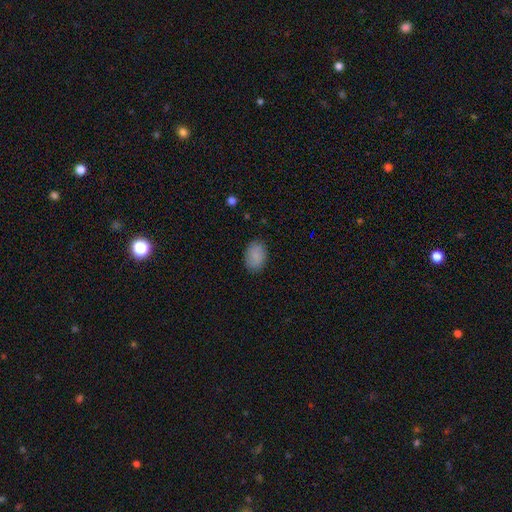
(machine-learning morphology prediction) type=smooth (86%); roundness=in between (83%); merging=none (85%).